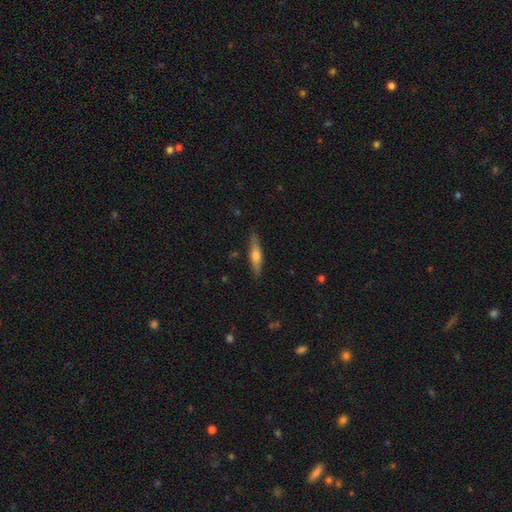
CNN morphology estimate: Smooth or featured: smooth — 49% (featured or disk — 45%)
Merging: none — 87% (minor disturbance — 10%)